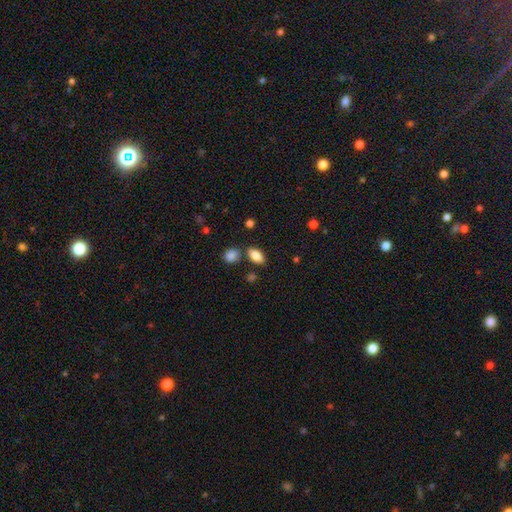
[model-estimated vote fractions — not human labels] Smooth or featured?
  - smooth: 84% *
  - star or artifact: 8%
  - featured or disk: 7%
How rounded?
  - in between: 90% *
  - round: 6%
  - cigar-shaped: 4%
Merging?
  - none: 77% *
  - minor disturbance: 12%
  - merger: 8%
  - major disturbance: 3%